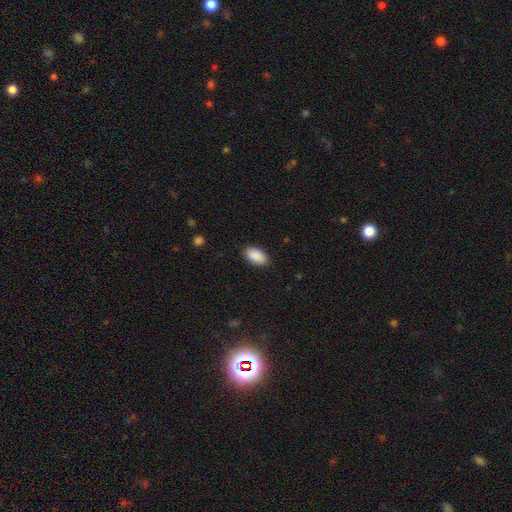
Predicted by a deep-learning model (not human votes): Q: Smooth or featured?
A: smooth (90%); runner-up: star or artifact (6%)
Q: How rounded?
A: in between (95%); runner-up: round (3%)
Q: Merging?
A: none (87%); runner-up: minor disturbance (10%)